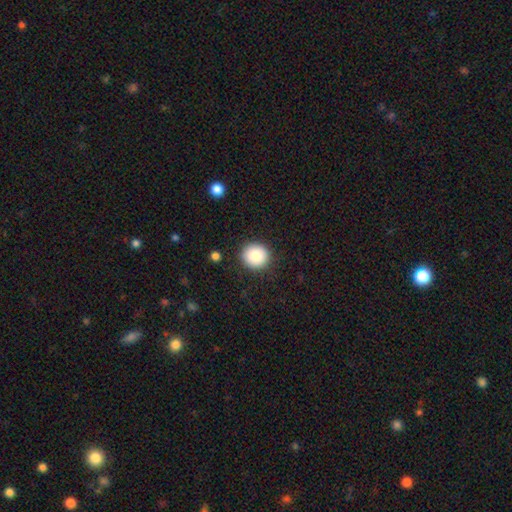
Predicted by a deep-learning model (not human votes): smooth 86%, star or artifact 9%, featured or disk 6%. Down the decision tree: how rounded — round (90%); merging — none (90%).